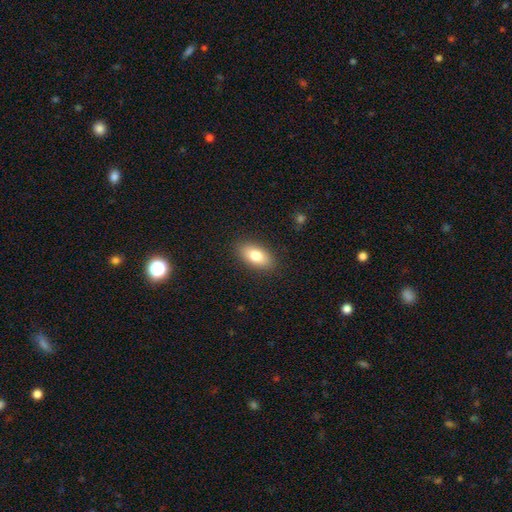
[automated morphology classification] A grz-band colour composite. It shows a smooth galaxy with no disk features (80%) that is in between round and cigar-shaped (90%). Merging: none (88%).